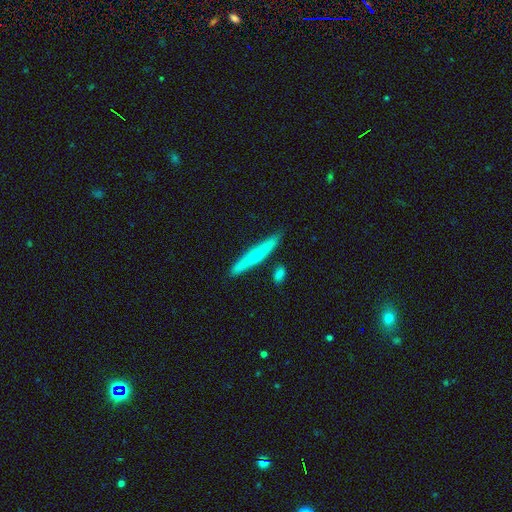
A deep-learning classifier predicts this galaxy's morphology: Smooth or featured: featured or disk — 49% (smooth — 45%)
Merging: none — 82% (minor disturbance — 11%)